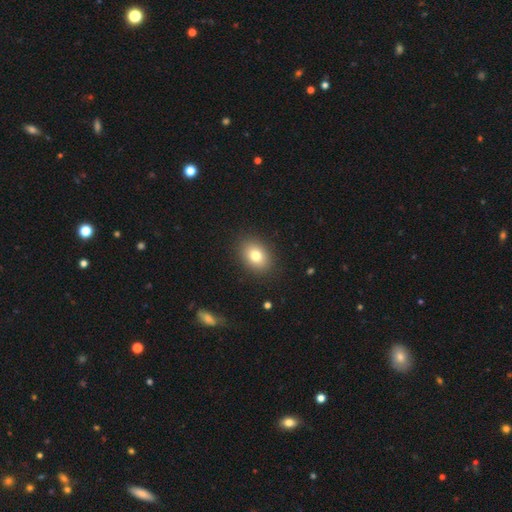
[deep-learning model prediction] A smooth galaxy with no disk features (79%) that is in between round and cigar-shaped (68%). Merging: none (88%).